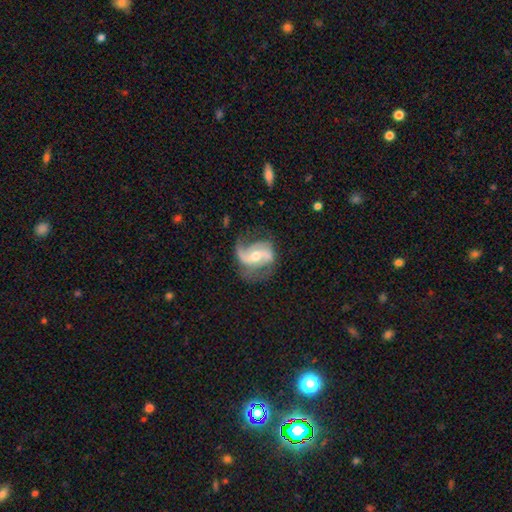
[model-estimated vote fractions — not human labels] Smooth or featured? Predicted: featured or disk (p=0.87). Edge-on disk? Predicted: no (p=0.98). Bar? Predicted: weak (p=0.43). Spiral arms? Predicted: yes (p=0.96). Spiral winding? Predicted: loose (p=0.44, tied with medium). Spiral arm count? Predicted: 2 (p=0.78). Bulge size? Predicted: moderate (p=0.66). Merging? Predicted: none (p=0.59).